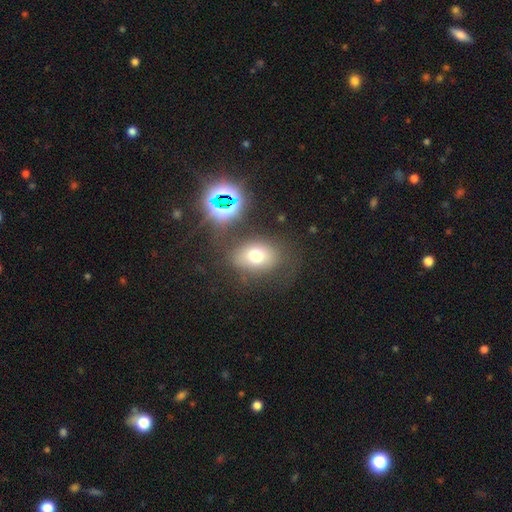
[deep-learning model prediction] Smooth or featured? Predicted: smooth (p=0.67). How rounded? Predicted: in between (p=0.66). Merging? Predicted: none (p=0.69).